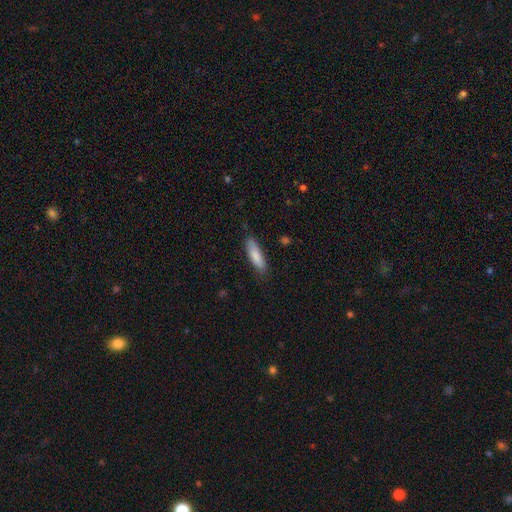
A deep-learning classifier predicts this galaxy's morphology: This appears to be a smooth galaxy with no disk features (84%) that is cigar-shaped (60%). Merging: none (81%).